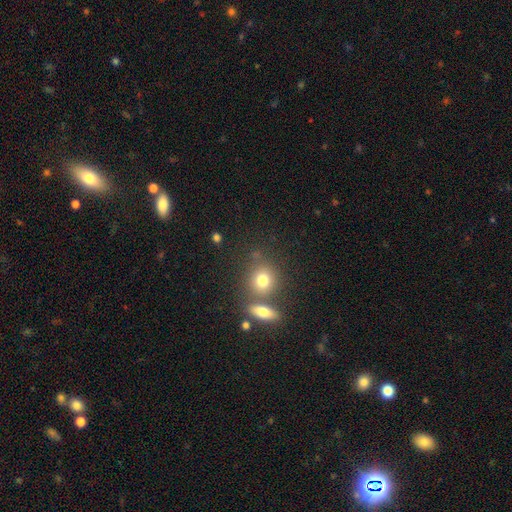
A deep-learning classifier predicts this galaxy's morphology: smooth-or-featured: smooth: 64% | star or artifact: 21% | featured or disk: 15%
  how-rounded: round: 73% | in between: 25% | cigar-shaped: 3%
  merging: none: 55% | merger: 31% | minor disturbance: 10% | major disturbance: 4%